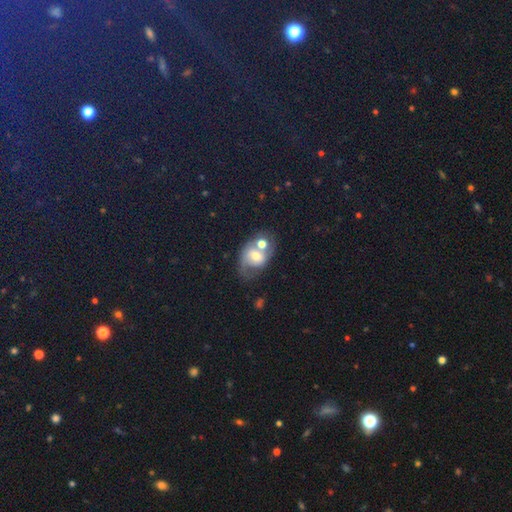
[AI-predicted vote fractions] This appears to be a featured or disk galaxy (47%). Merging: merger (52%).